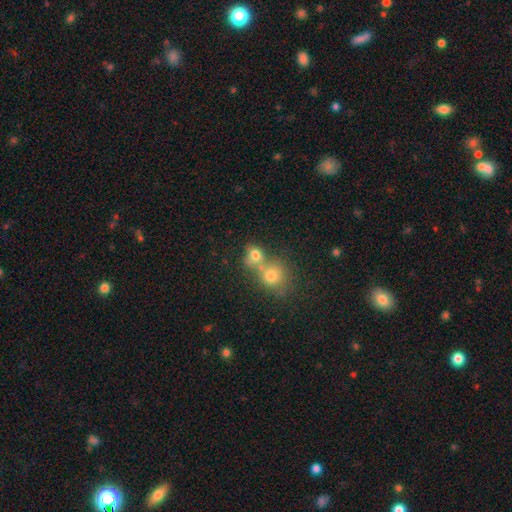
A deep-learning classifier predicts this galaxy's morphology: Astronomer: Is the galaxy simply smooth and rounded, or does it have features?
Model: smooth — 73%.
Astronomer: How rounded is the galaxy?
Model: round — 71%.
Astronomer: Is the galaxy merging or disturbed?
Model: merger — 52% (runner-up: none, 36%).